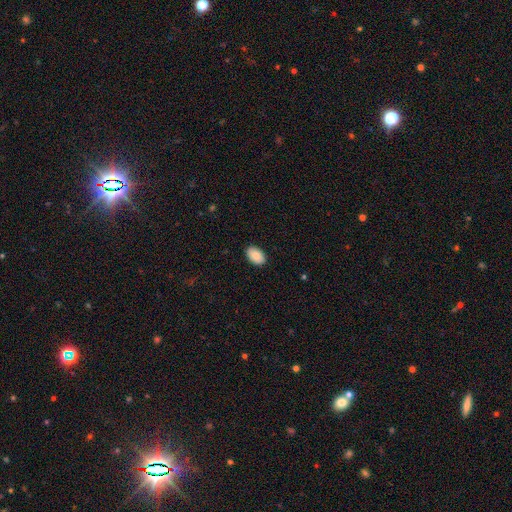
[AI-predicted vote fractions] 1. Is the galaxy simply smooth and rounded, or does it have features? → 88% smooth, 6% star or artifact, 6% featured or disk.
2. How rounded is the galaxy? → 92% in between, 7% round, 1% cigar-shaped.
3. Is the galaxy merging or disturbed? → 90% none, 8% minor disturbance, 2% major disturbance, 1% merger.